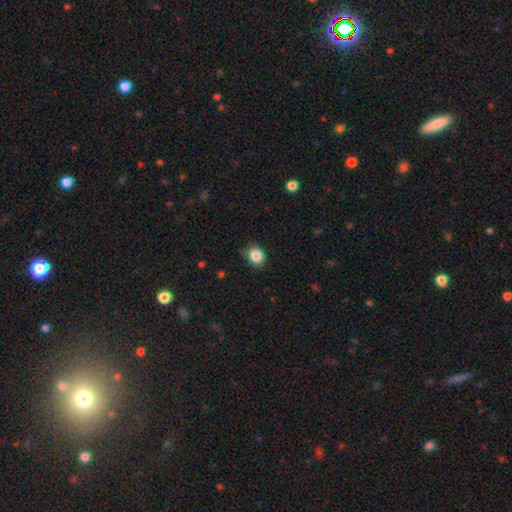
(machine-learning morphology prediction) Smooth or featured?
  - smooth: 86% *
  - star or artifact: 10%
  - featured or disk: 5%
How rounded?
  - round: 56% *
  - in between: 44%
  - cigar-shaped: 1%
Merging?
  - none: 79% *
  - minor disturbance: 17%
  - major disturbance: 3%
  - merger: 1%